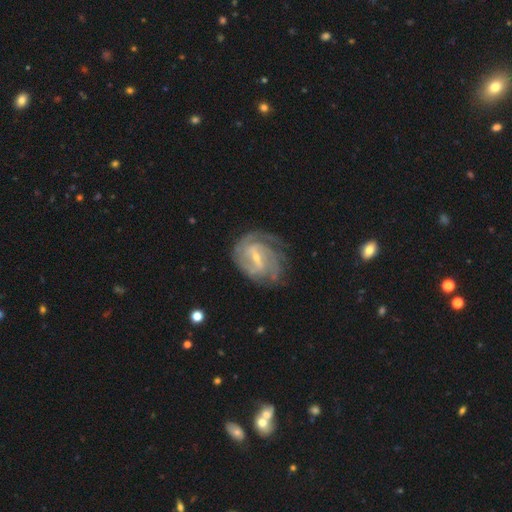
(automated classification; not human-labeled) smooth_or_featured: featured or disk (p=0.87) [alt: smooth p=0.08]
disk_edge_on: no (p=0.97) [alt: yes p=0.03]
bar: weak (p=0.49) [alt: strong p=0.36]
has_spiral_arms: yes (p=0.95) [alt: no p=0.05]
spiral_winding: tight (p=0.53) [alt: medium p=0.37]
spiral_arm_count: 2 (p=0.31) [alt: can't tell p=0.27]
bulge_size: small (p=0.71) [alt: moderate p=0.25]
merging: none (p=0.68) [alt: minor disturbance p=0.20]